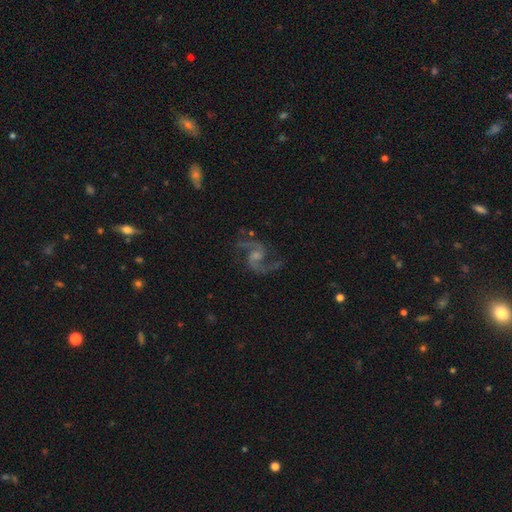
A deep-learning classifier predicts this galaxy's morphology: smooth_or_featured: featured or disk (p=0.91) [alt: star or artifact p=0.06]
disk_edge_on: no (p=0.98) [alt: yes p=0.02]
bar: no (p=0.45) [alt: weak p=0.44]
has_spiral_arms: yes (p=0.98) [alt: no p=0.02]
spiral_winding: medium (p=0.54) [alt: loose p=0.37]
spiral_arm_count: 2 (p=0.93) [alt: 3 p=0.02]
bulge_size: small (p=0.45) [alt: moderate p=0.35]
merging: none (p=0.77) [alt: minor disturbance p=0.13]